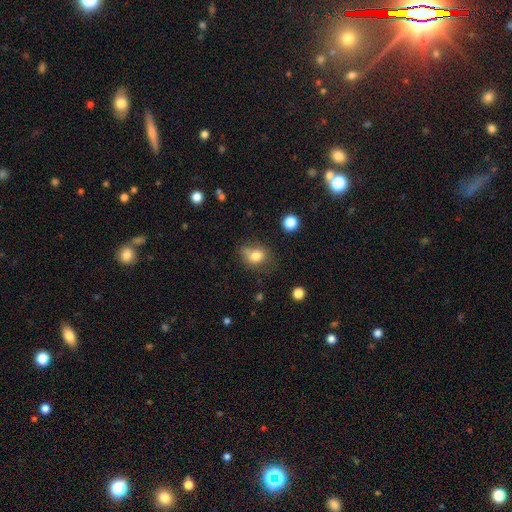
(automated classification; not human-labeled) Overall: smooth (78%). How rounded: in between (50%; round 48%). Merging: none (50%; minor disturbance 31%).